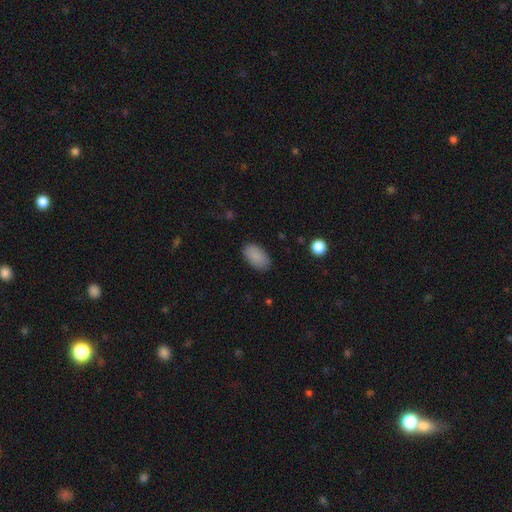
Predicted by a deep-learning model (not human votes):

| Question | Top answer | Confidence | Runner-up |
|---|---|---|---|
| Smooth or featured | smooth | 88% | star or artifact (7%) |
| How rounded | in between | 94% | round (5%) |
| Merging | none | 86% | minor disturbance (10%) |